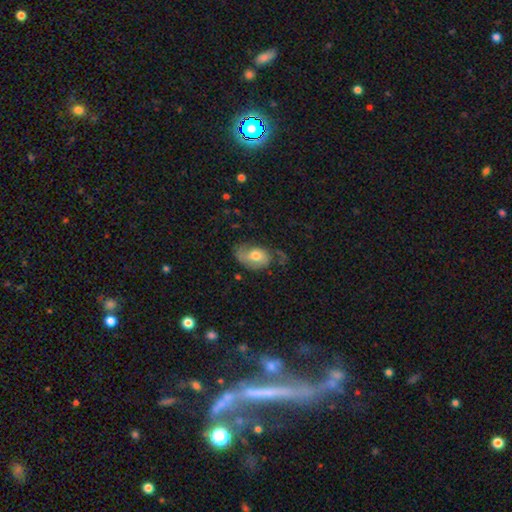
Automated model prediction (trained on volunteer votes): This appears to be a smooth galaxy with no disk features (48%). Merging: none (45%).